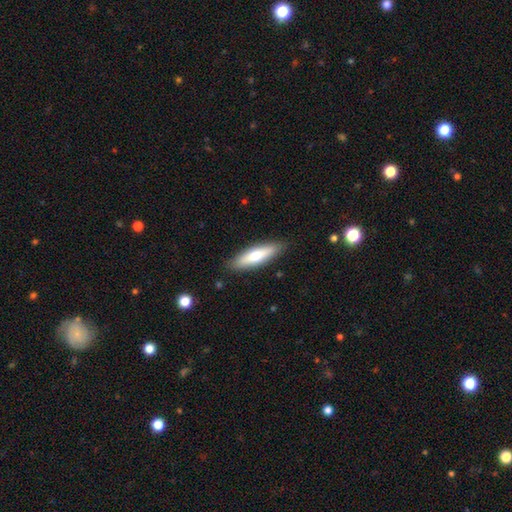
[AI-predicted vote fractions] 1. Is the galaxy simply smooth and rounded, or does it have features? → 64% smooth, 30% featured or disk, 6% star or artifact.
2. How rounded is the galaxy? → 64% cigar-shaped, 35% in between, 2% round.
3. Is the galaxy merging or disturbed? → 87% none, 9% minor disturbance, 2% major disturbance, 1% merger.